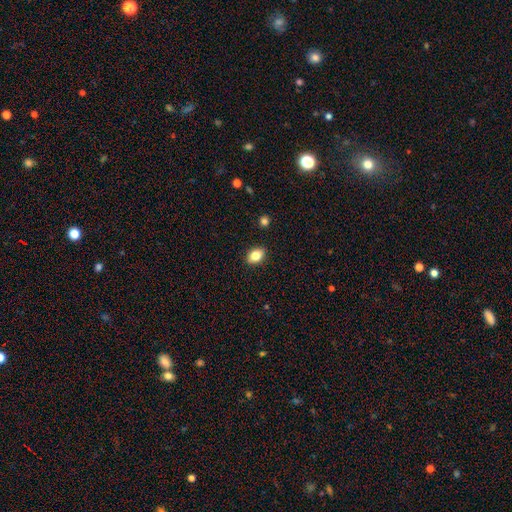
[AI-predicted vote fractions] smooth-or-featured: smooth: 82% | featured or disk: 9% | star or artifact: 9%
  how-rounded: in between: 77% | round: 21% | cigar-shaped: 1%
  merging: none: 89% | minor disturbance: 8% | major disturbance: 2% | merger: 1%